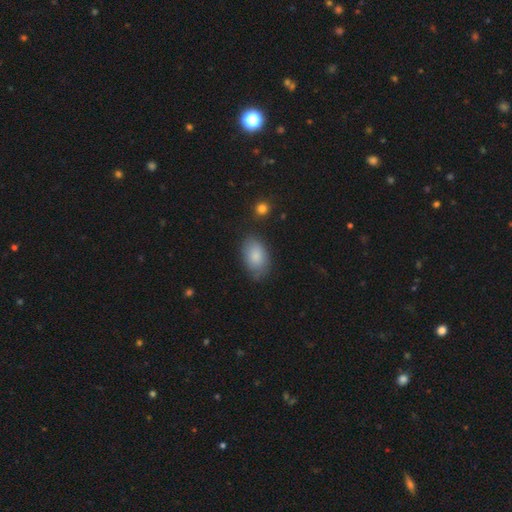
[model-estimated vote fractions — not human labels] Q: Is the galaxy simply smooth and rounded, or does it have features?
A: smooth — 84%.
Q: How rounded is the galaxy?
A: in between — 90%.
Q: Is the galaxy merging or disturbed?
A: none — 74%.